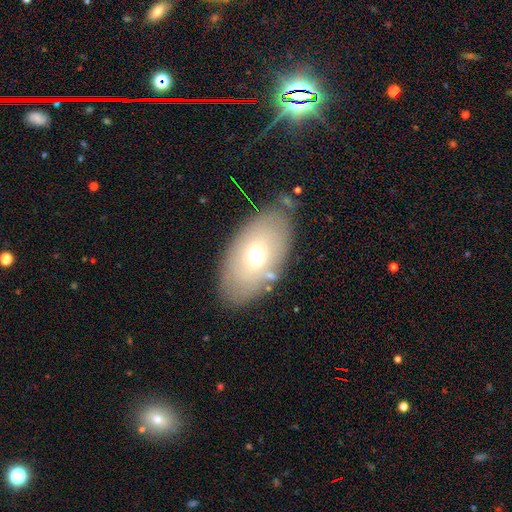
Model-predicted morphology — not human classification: This is likely a smooth galaxy (62%). How rounded: clearly in between (90%). Merging: likely none (79%).